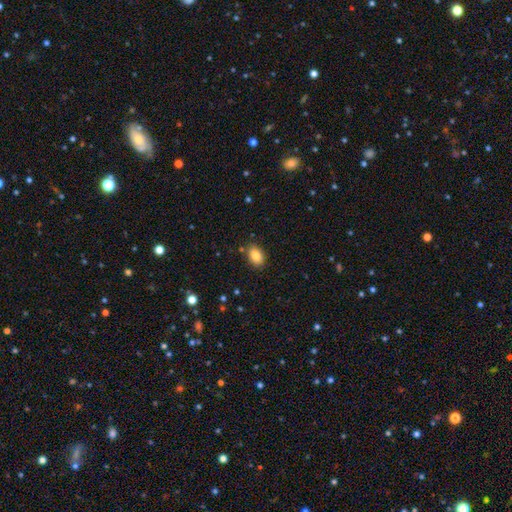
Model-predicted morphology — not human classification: A smooth galaxy with no disk features (85%) that is in between round and cigar-shaped (83%).

Vote fractions:
- Smooth or featured? smooth: 85% / star or artifact: 8% / featured or disk: 7%
- How rounded? in between: 83% / round: 16% / cigar-shaped: 1%
- Merging? none: 84% / minor disturbance: 11% / major disturbance: 3% / merger: 2%